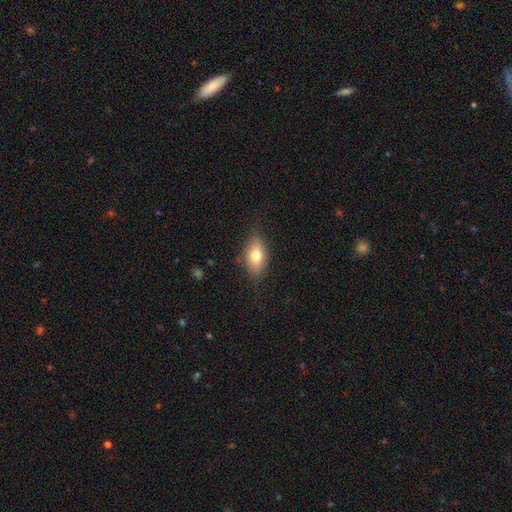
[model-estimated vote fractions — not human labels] This is likely a smooth galaxy (72%). How rounded: clearly in between (85%). Merging: likely none (77%).